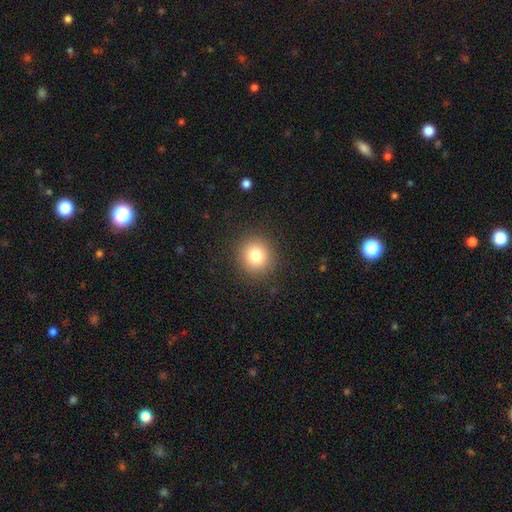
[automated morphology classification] Smooth or featured?
  - smooth: 81% *
  - star or artifact: 11%
  - featured or disk: 8%
How rounded?
  - round: 90% *
  - in between: 9%
  - cigar-shaped: 1%
Merging?
  - none: 90% *
  - minor disturbance: 6%
  - major disturbance: 3%
  - merger: 1%